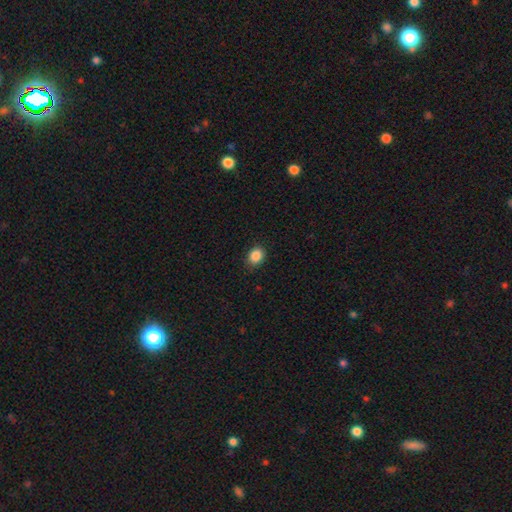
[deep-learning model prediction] smooth-or-featured: smooth: 87% | star or artifact: 9% | featured or disk: 4%
  how-rounded: round: 53% | in between: 46% | cigar-shaped: 1%
  merging: none: 86% | minor disturbance: 11% | major disturbance: 2% | merger: 1%